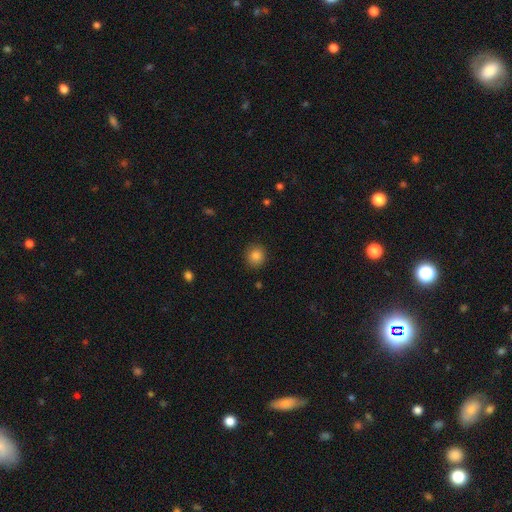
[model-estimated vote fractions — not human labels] Smooth or featured?
  - smooth: 84% *
  - star or artifact: 11%
  - featured or disk: 5%
How rounded?
  - round: 89% *
  - in between: 10%
  - cigar-shaped: 1%
Merging?
  - none: 90% *
  - minor disturbance: 7%
  - major disturbance: 2%
  - merger: 1%